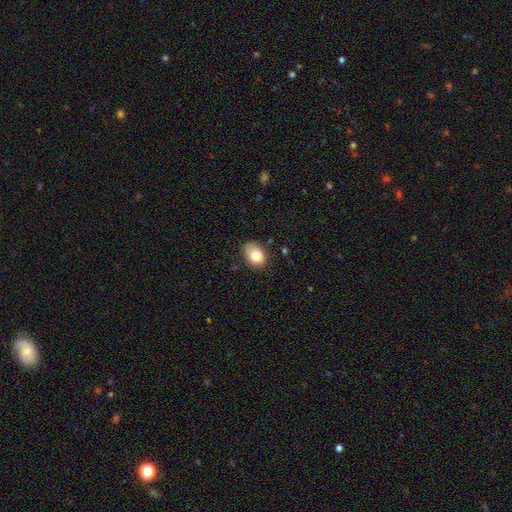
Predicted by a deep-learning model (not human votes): Smooth or featured? Predicted: smooth (p=0.83). How rounded? Predicted: in between (p=0.74). Merging? Predicted: none (p=0.62).